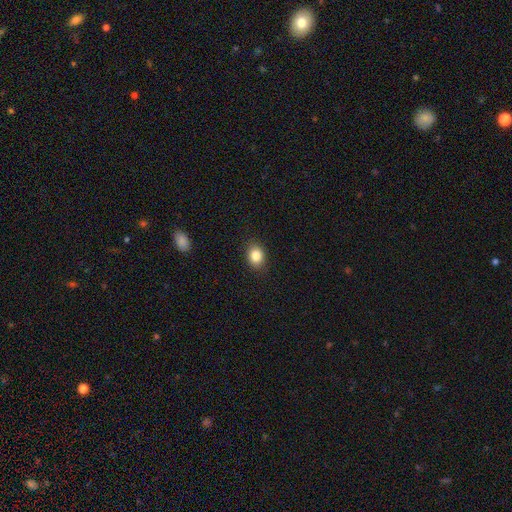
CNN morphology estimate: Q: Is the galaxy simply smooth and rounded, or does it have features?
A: smooth — 84%.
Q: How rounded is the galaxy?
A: in between — 56%.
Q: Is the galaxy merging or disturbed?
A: none — 89%.